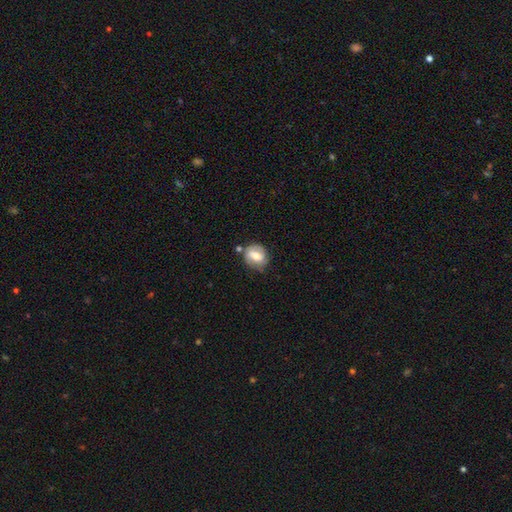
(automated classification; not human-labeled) A smooth galaxy with no disk features (48%). Merging: none (66%).